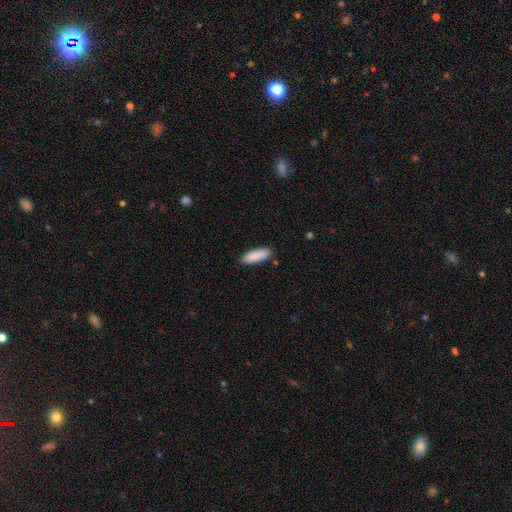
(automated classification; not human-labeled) Smooth or featured? Predicted: smooth (p=0.89). How rounded? Predicted: in between (p=0.56). Merging? Predicted: none (p=0.87).